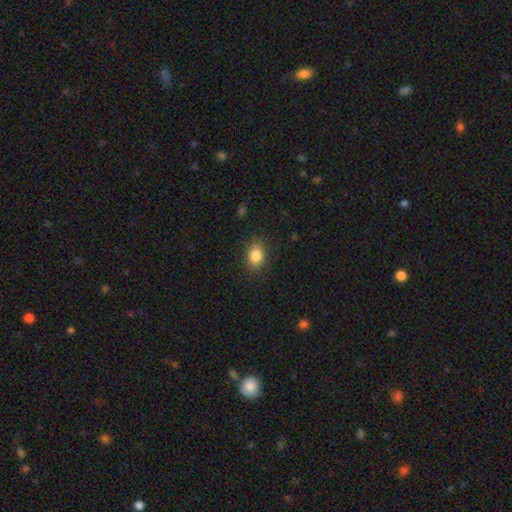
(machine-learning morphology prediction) Q: Smooth or featured?
A: smooth (85%); runner-up: star or artifact (9%)
Q: How rounded?
A: in between (69%); runner-up: round (30%)
Q: Merging?
A: none (86%); runner-up: minor disturbance (10%)